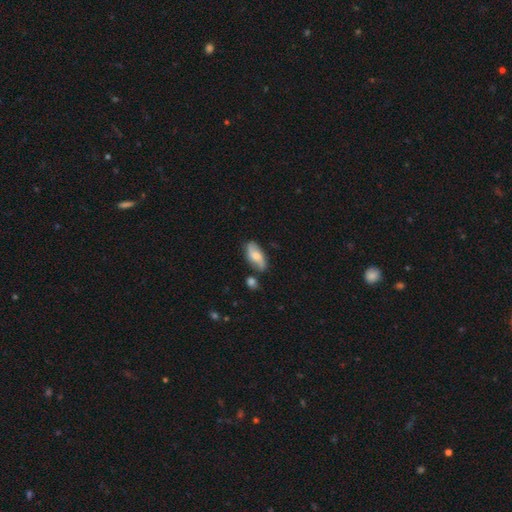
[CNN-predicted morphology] Overall: smooth (48%; featured or disk 44%). Merging: none (68%).